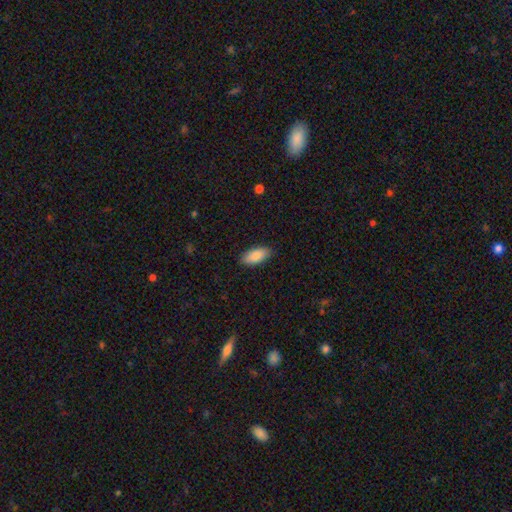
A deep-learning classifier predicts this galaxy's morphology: Smooth or featured? Predicted: smooth (p=0.88). How rounded? Predicted: in between (p=0.90). Merging? Predicted: none (p=0.89).